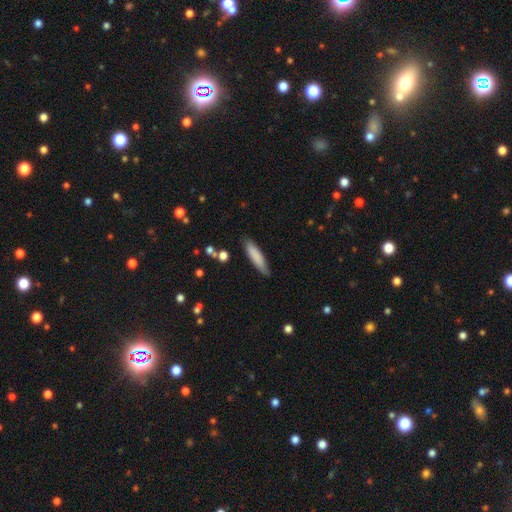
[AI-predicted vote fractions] This appears to be a smooth galaxy with no disk features (83%) that is cigar-shaped (75%). Merging: none (82%).